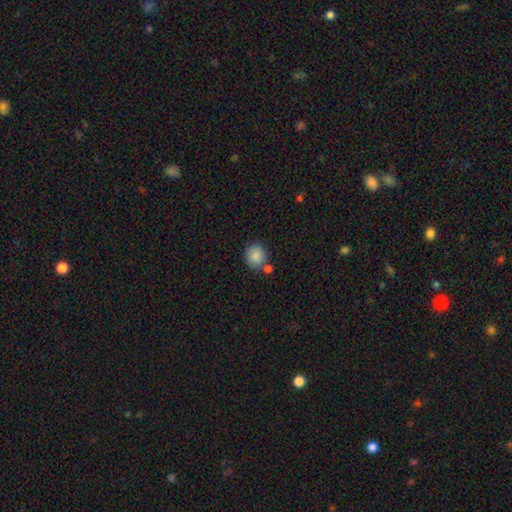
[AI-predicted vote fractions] smooth 86%, star or artifact 8%, featured or disk 6%. Down the decision tree: how rounded — round (82%); merging — none (67%).